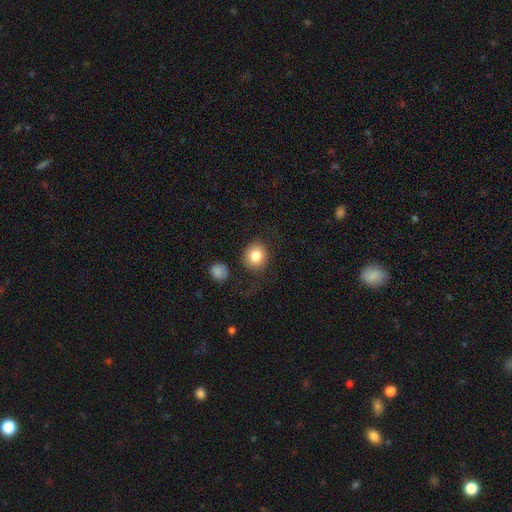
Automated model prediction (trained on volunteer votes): Morphology: type=smooth (83%); roundness=round (84%); merging=none (77%).